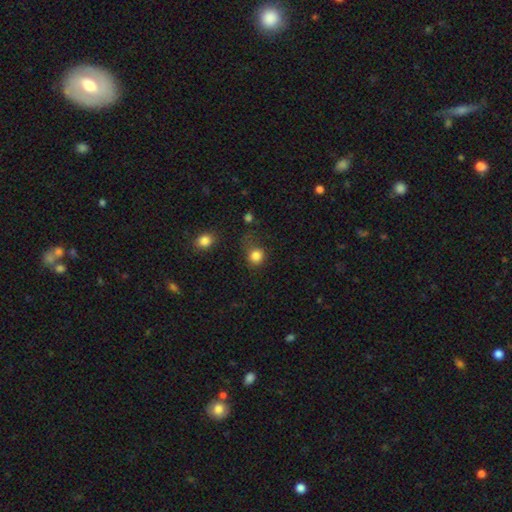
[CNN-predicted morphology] Overall: smooth (83%). How rounded: round (82%). Merging: none (58%; minor disturbance 22%).